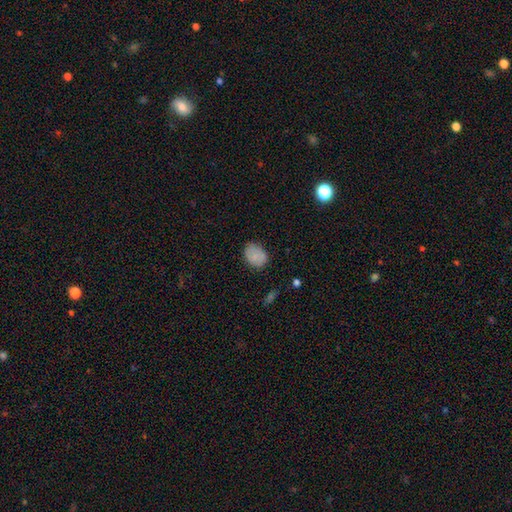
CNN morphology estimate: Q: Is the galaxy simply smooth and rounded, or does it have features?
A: smooth — 80%.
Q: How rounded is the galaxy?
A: in between — 68%.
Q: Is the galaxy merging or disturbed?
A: none — 73%.